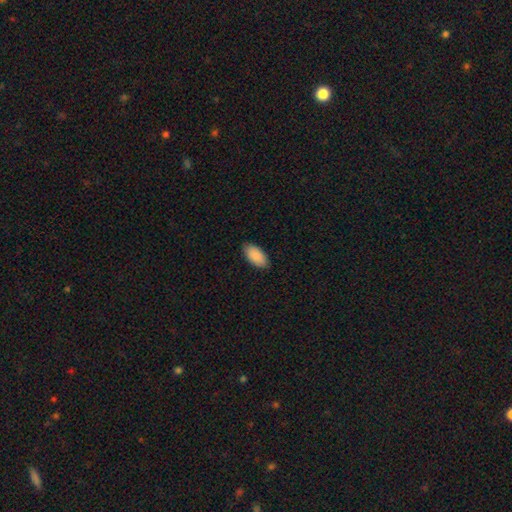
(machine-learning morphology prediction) Smooth or featured? Predicted: smooth (p=0.91). How rounded? Predicted: in between (p=0.95). Merging? Predicted: none (p=0.87).